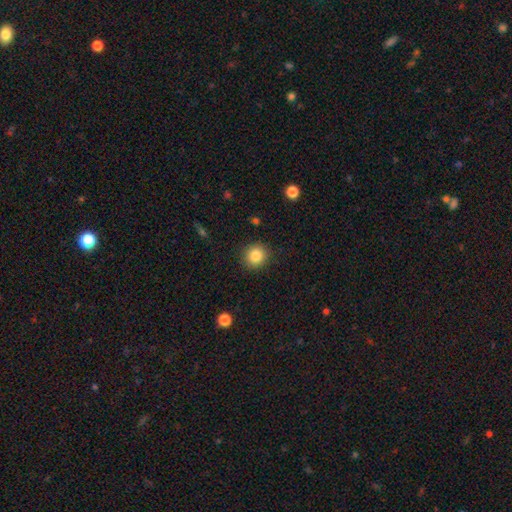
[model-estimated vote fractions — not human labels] smooth_or_featured: smooth (p=0.83) [alt: star or artifact p=0.10]
how_rounded: round (p=0.88) [alt: in between p=0.11]
merging: none (p=0.90) [alt: minor disturbance p=0.07]